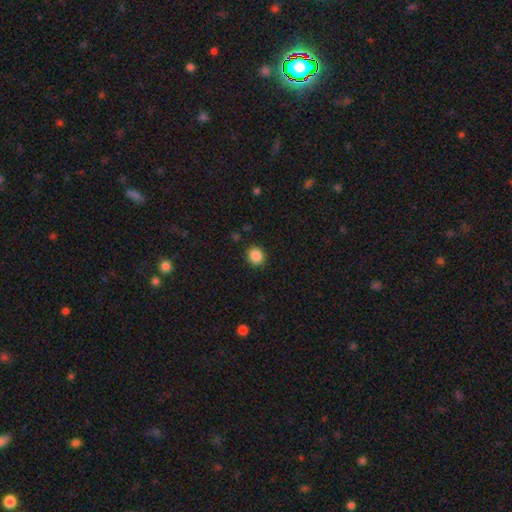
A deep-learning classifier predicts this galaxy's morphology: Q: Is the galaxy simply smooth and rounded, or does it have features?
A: smooth — 87%.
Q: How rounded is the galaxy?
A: round — 78%.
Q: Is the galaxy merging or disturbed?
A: none — 90%.